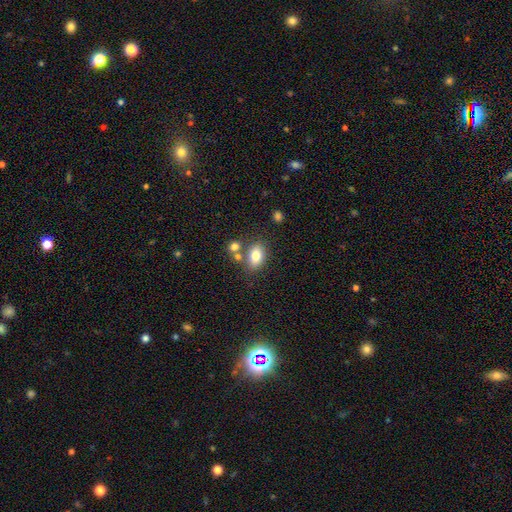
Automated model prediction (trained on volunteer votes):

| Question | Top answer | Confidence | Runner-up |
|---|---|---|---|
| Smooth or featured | smooth | 79% | featured or disk (11%) |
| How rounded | in between | 83% | round (16%) |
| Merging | none | 66% | merger (18%) |